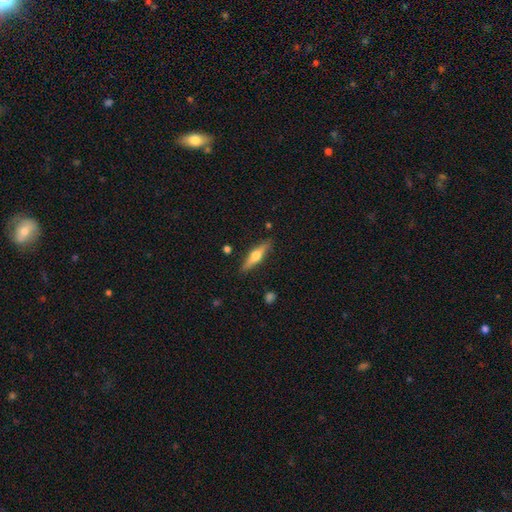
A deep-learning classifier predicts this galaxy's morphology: This appears to be a featured or disk galaxy (58%) viewed edge-on (95%) with a rounded central bulge (94%). Merging: none (88%).